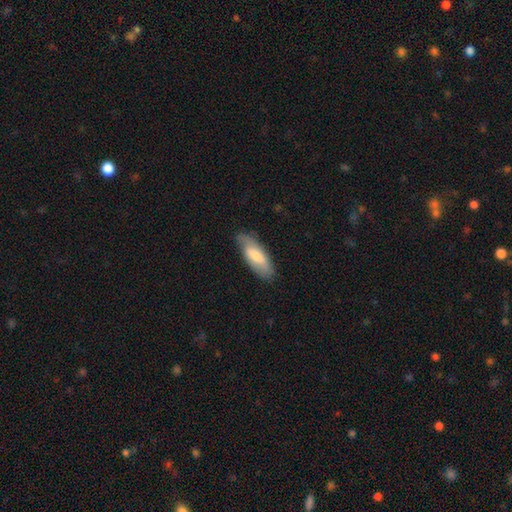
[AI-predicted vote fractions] This is likely a smooth galaxy (68%). How rounded: likely in between (68%). Merging: likely none (79%).